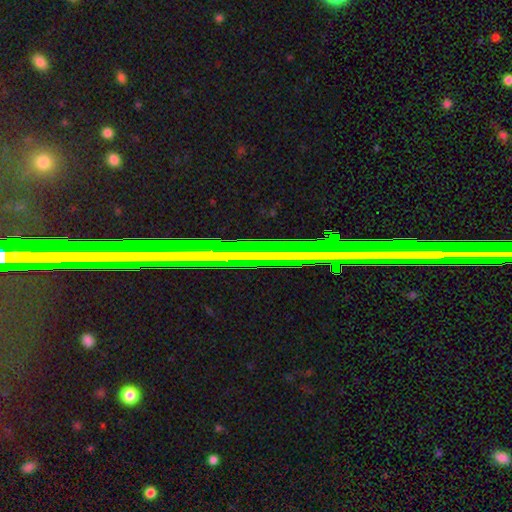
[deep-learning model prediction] Smooth or featured? Predicted: star or artifact (p=0.68).